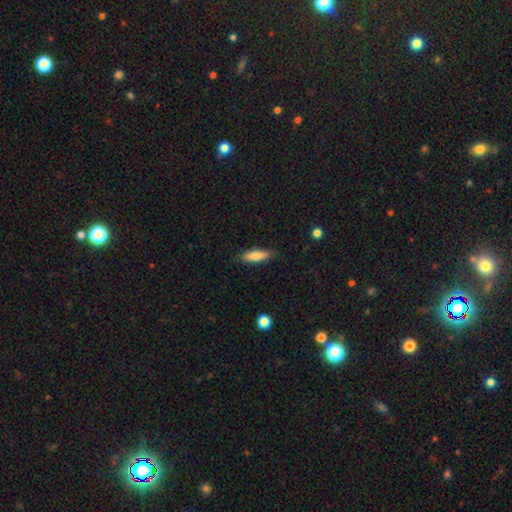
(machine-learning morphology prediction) A smooth galaxy with no disk features (78%) that is in between round and cigar-shaped (52%). Merging: none (81%).